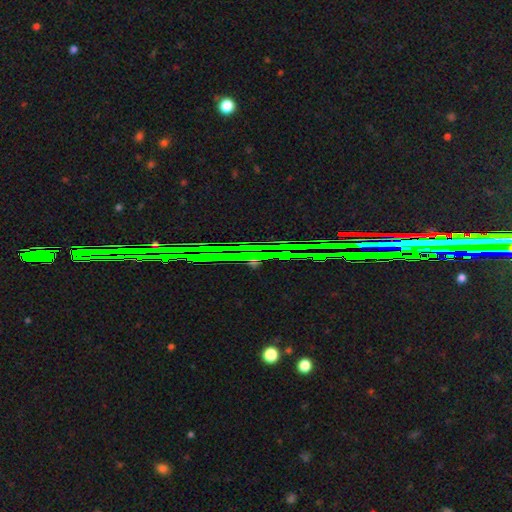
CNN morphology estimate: A star or artifact, not a galaxy (84%).